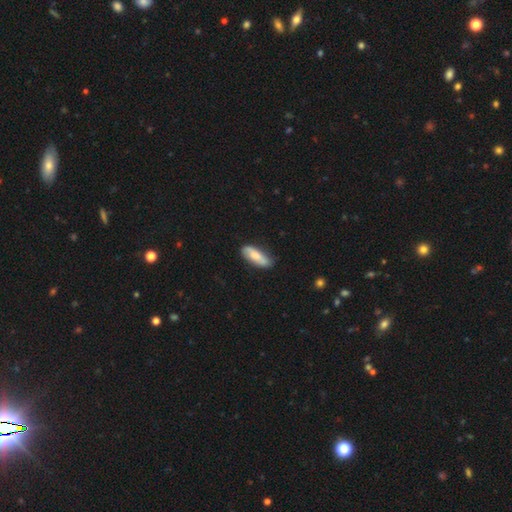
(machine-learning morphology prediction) A smooth galaxy with no disk features (71%) that is in between round and cigar-shaped (66%).

Vote fractions:
- Smooth or featured? smooth: 71% / featured or disk: 24% / star or artifact: 6%
- How rounded? in between: 66% / cigar-shaped: 32% / round: 2%
- Merging? none: 75% / minor disturbance: 20% / major disturbance: 4% / merger: 2%